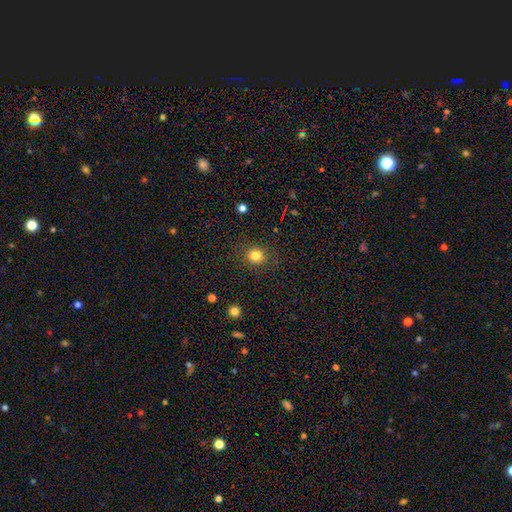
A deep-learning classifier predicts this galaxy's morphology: Smooth or featured? smooth (82%)
How rounded? round (84%)
Merging? none (87%)